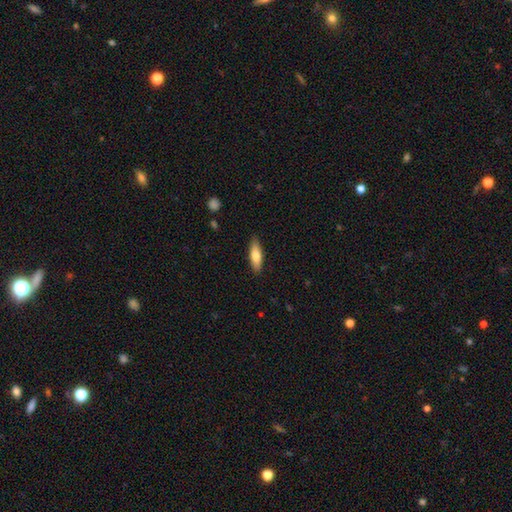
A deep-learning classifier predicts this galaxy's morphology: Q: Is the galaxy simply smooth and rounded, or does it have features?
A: smooth — 71%.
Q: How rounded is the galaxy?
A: in between — 50%.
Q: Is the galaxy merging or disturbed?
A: none — 87%.